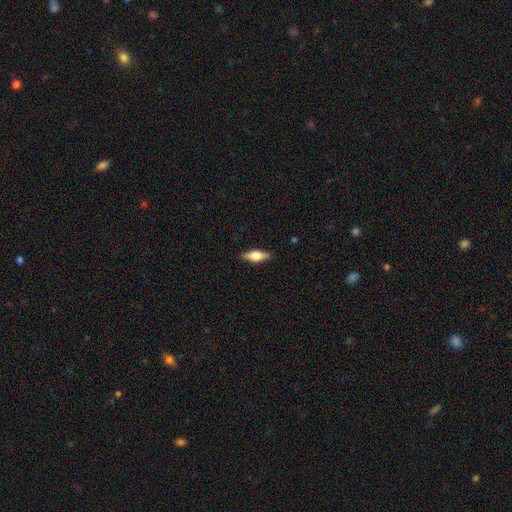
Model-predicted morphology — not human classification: smooth-or-featured: smooth: 53% | featured or disk: 40% | star or artifact: 7%
  how-rounded: in between: 66% | cigar-shaped: 30% | round: 3%
  merging: none: 88% | minor disturbance: 9% | major disturbance: 2% | merger: 1%